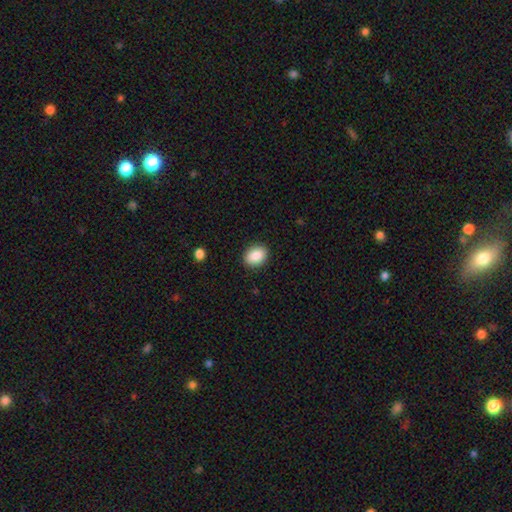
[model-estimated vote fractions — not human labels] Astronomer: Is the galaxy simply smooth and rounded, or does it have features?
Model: smooth — 89%.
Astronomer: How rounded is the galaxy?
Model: in between — 69%.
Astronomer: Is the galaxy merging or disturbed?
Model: none — 89%.